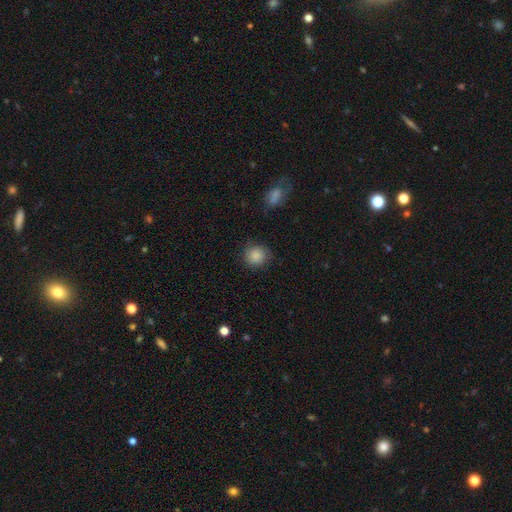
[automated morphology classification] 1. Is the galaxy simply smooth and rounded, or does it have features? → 87% smooth, 9% star or artifact, 4% featured or disk.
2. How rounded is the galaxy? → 89% round, 10% in between, 1% cigar-shaped.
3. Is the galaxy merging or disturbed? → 85% none, 10% minor disturbance, 3% major disturbance, 2% merger.